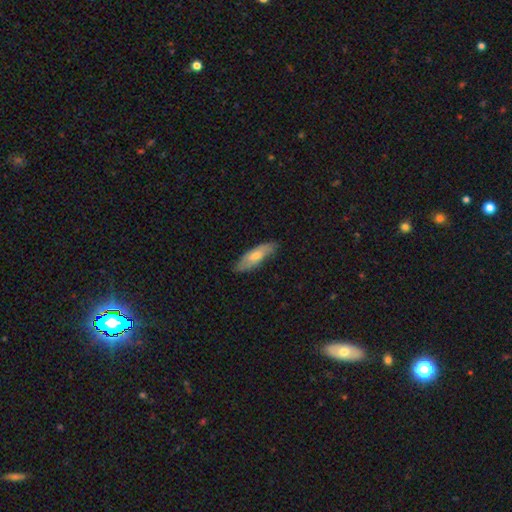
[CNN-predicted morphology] A smooth galaxy with no disk features (61%) that is cigar-shaped (51%).

Vote fractions:
- Smooth or featured? smooth: 61% / featured or disk: 33% / star or artifact: 6%
- How rounded? cigar-shaped: 51% / in between: 47% / round: 2%
- Merging? none: 82% / minor disturbance: 15% / major disturbance: 2% / merger: 1%